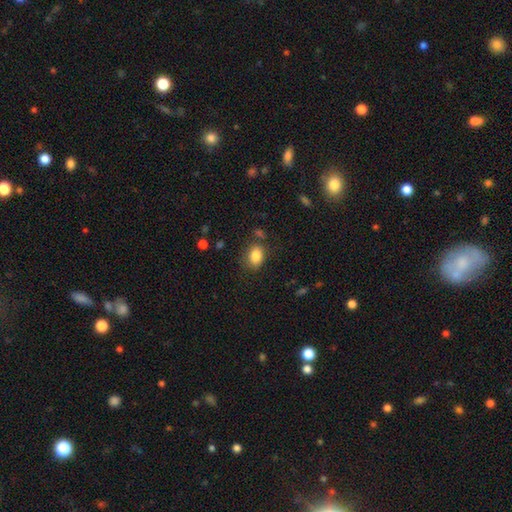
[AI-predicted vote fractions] smooth-or-featured: smooth: 84% | star or artifact: 9% | featured or disk: 7%
  how-rounded: in between: 67% | round: 32% | cigar-shaped: 1%
  merging: none: 76% | minor disturbance: 15% | major disturbance: 5% | merger: 4%